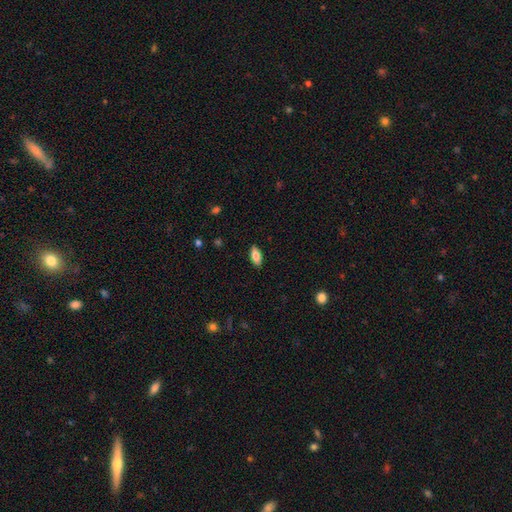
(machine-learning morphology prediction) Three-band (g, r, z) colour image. It shows a smooth galaxy with no disk features (83%) that is in between round and cigar-shaped (84%). Merging: none (88%).